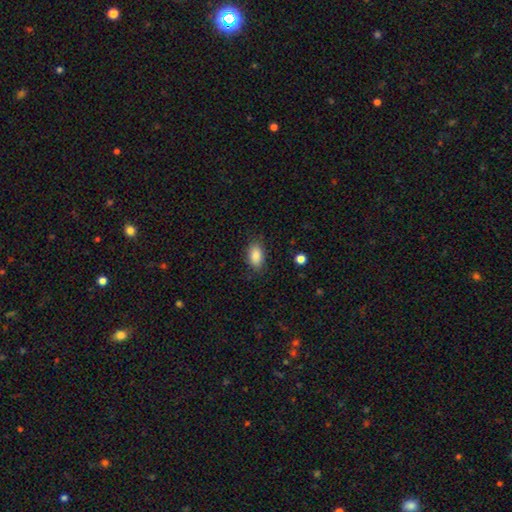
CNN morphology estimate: This appears to be a smooth galaxy with no disk features (87%) that is in between round and cigar-shaped (91%). Merging: none (81%).